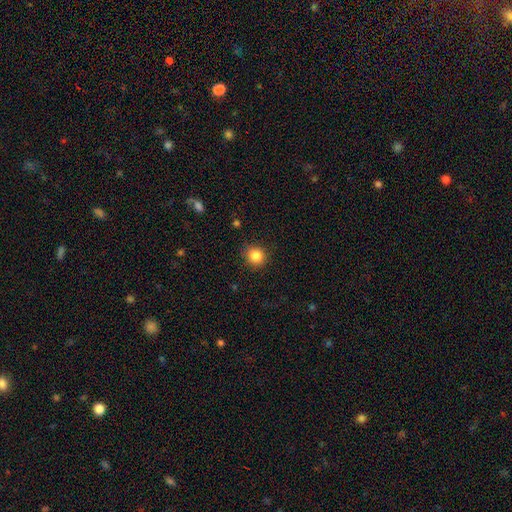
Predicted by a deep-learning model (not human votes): A smooth galaxy with no disk features (86%) that is round (85%). Merging: none (87%).